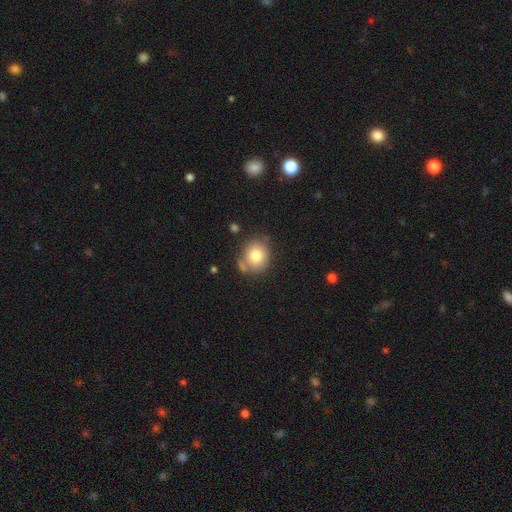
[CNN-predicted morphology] Smooth or featured? Predicted: smooth (p=0.78). How rounded? Predicted: round (p=0.72). Merging? Predicted: none (p=0.66).